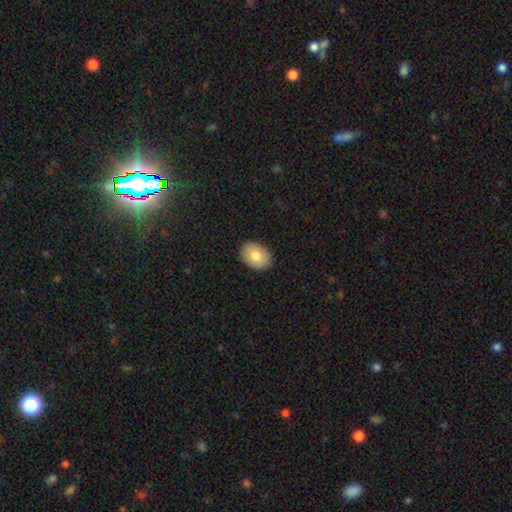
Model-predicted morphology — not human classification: A smooth galaxy with no disk features (79%) that is in between round and cigar-shaped (75%). Merging: none (89%).